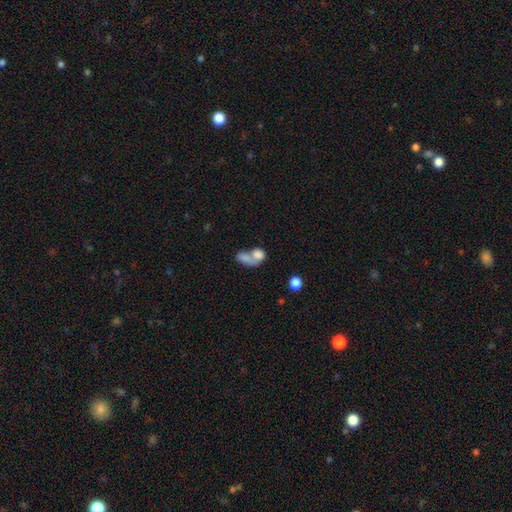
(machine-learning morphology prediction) smooth_or_featured: smooth (p=0.76) [alt: featured or disk p=0.16]
how_rounded: in between (p=0.69) [alt: round p=0.28]
merging: merger (p=0.69) [alt: none p=0.16]